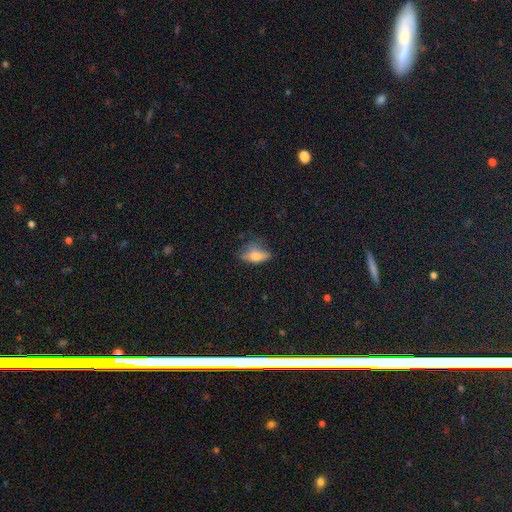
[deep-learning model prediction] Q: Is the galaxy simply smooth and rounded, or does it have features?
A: smooth — 69%.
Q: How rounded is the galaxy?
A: in between — 81%.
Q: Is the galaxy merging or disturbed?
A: none — 44%.